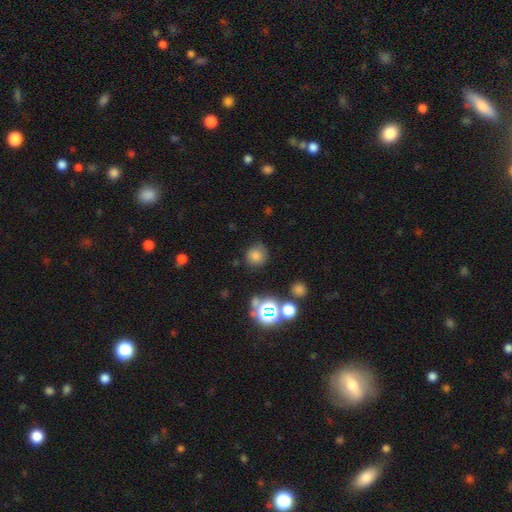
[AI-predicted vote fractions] smooth_or_featured: smooth (p=0.74) [alt: star or artifact p=0.19]
how_rounded: round (p=0.90) [alt: in between p=0.09]
merging: none (p=0.79) [alt: minor disturbance p=0.13]